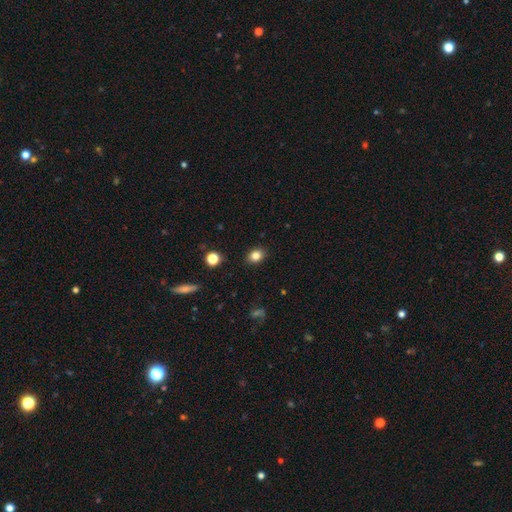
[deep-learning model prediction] This is clearly a smooth galaxy (83%). How rounded: possibly in between (59%). Merging: clearly none (88%).